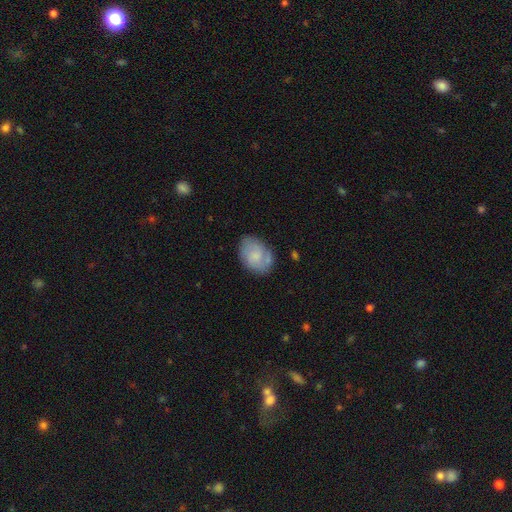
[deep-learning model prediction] Smooth or featured: smooth — 58% (featured or disk — 35%)
How rounded: in between — 78% (round — 21%)
Merging: none — 65% (minor disturbance — 23%)